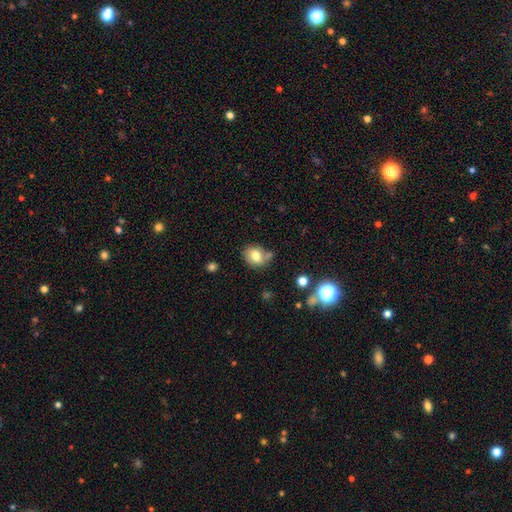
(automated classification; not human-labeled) smooth 76%, featured or disk 14%, star or artifact 10%. Down the decision tree: how rounded — round (59%); merging — none (62%).